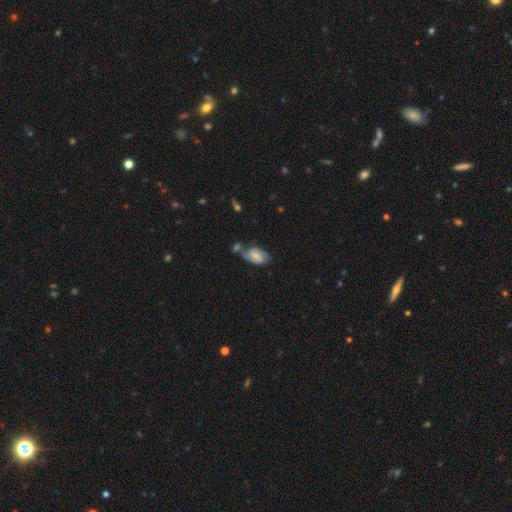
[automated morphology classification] Smooth or featured? featured or disk (50%)
Edge-on disk? no (95%)
Merging? none (41%)